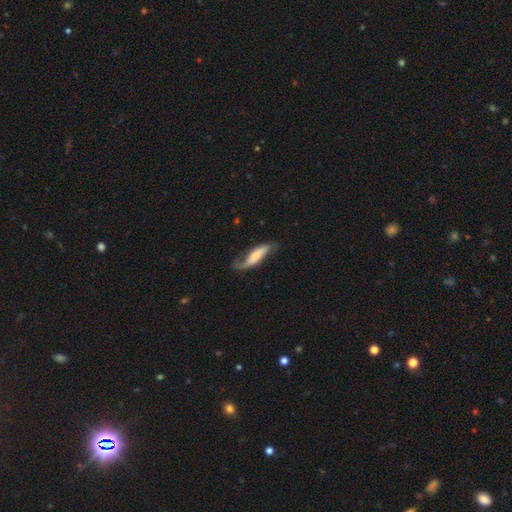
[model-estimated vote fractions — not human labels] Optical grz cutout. It shows a featured or disk galaxy (63%). Merging: none (55%).